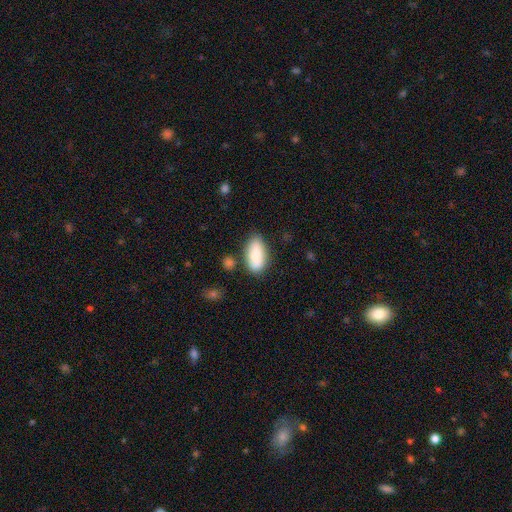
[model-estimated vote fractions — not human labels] Overall: smooth (78%). How rounded: in between (90%). Merging: none (72%).